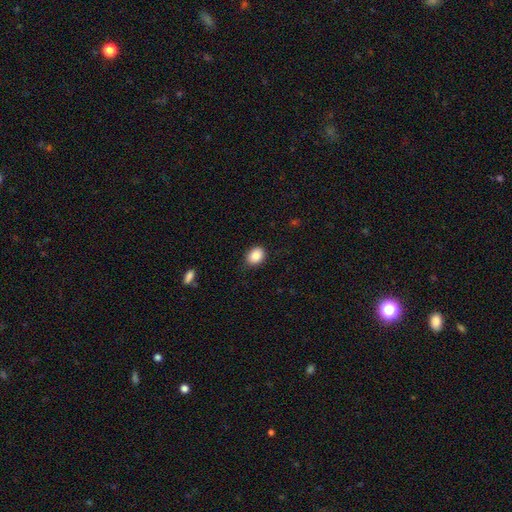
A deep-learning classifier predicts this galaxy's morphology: Smooth or featured? Predicted: smooth (p=0.86). How rounded? Predicted: in between (p=0.57). Merging? Predicted: none (p=0.85).